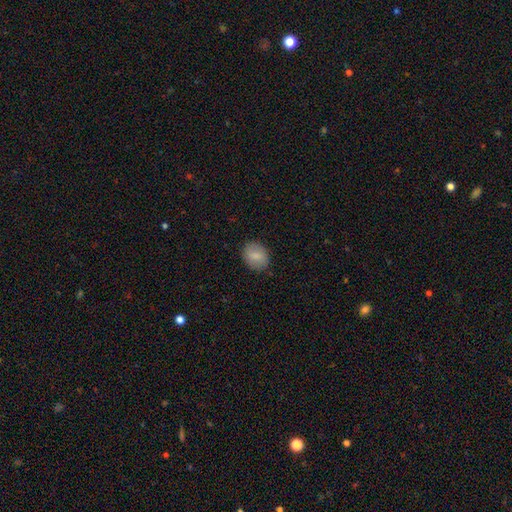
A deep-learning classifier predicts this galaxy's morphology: Smooth or featured? smooth (83%)
How rounded? in between (52%)
Merging? none (86%)